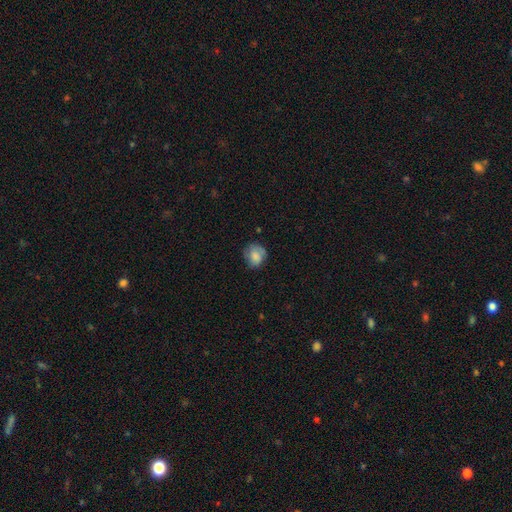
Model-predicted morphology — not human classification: Overall: smooth (76%). How rounded: round (72%). Merging: none (66%).